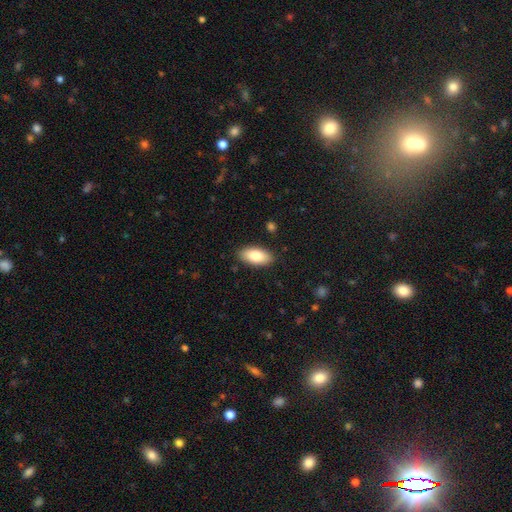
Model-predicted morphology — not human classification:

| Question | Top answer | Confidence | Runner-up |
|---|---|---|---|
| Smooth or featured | smooth | 82% | featured or disk (11%) |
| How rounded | in between | 91% | cigar-shaped (6%) |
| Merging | none | 88% | minor disturbance (9%) |